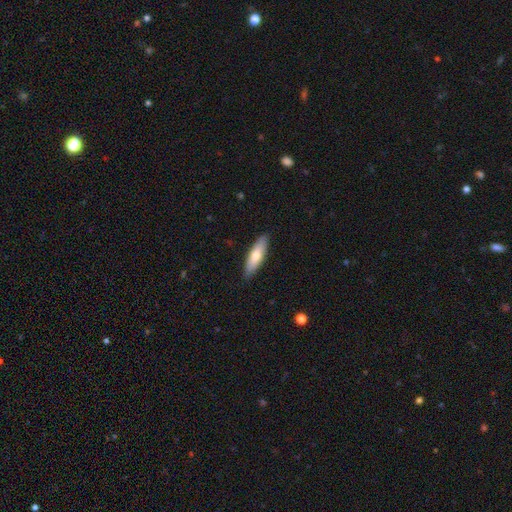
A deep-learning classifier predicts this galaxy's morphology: The model was most divided on "how rounded": cigar-shaped: 56%, in between: 42%, round: 2%. More confident: merging — none (88%); smooth or featured — smooth (67%).